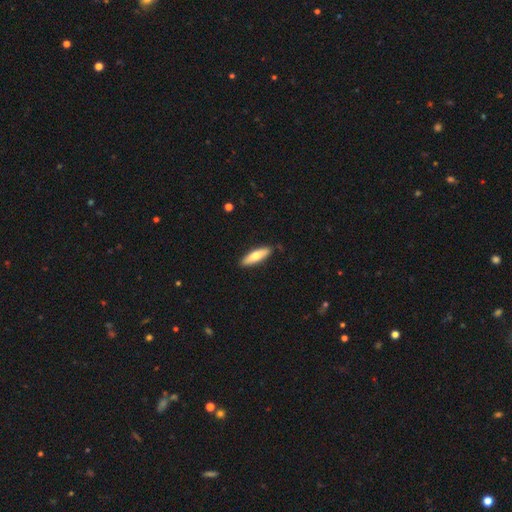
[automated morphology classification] Q: Smooth or featured?
A: smooth (67%); runner-up: featured or disk (28%)
Q: How rounded?
A: cigar-shaped (61%); runner-up: in between (37%)
Q: Merging?
A: none (89%); runner-up: minor disturbance (9%)